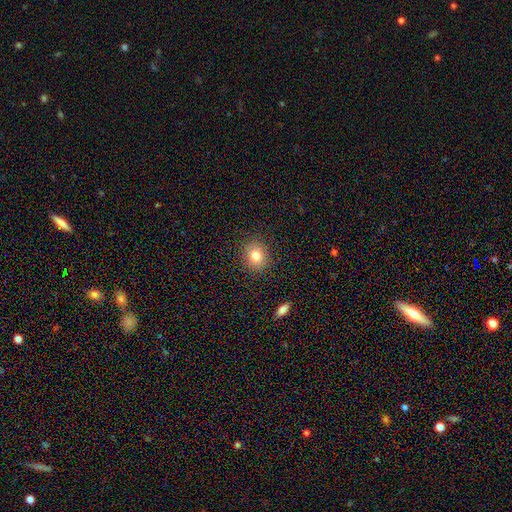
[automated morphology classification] This appears to be a smooth galaxy with no disk features (82%) that is round (68%). Merging: none (88%).